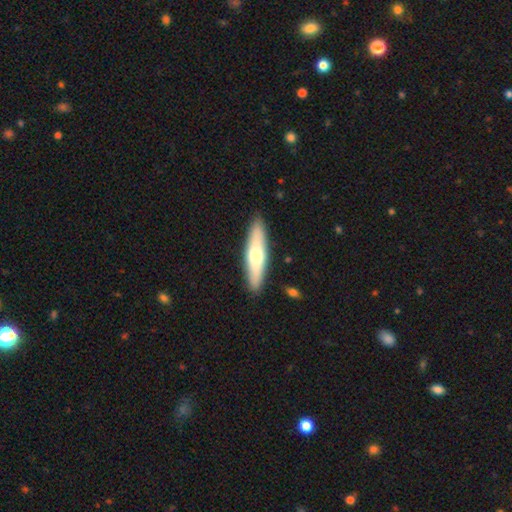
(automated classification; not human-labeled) A smooth galaxy with no disk features (56%) that is cigar-shaped (78%). Merging: none (90%).